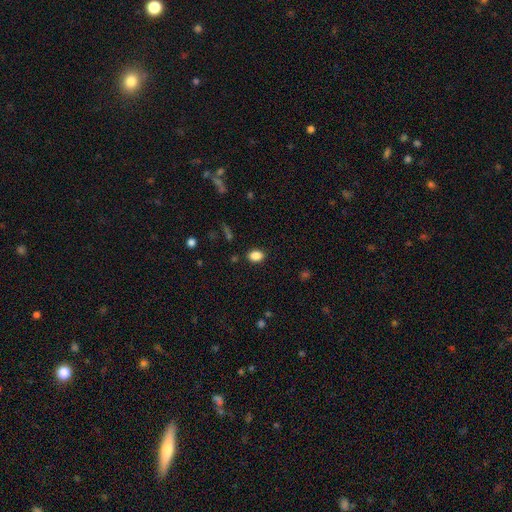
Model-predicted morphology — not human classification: Smooth or featured?
  - smooth: 86% *
  - star or artifact: 9%
  - featured or disk: 4%
How rounded?
  - in between: 74% *
  - round: 25%
  - cigar-shaped: 1%
Merging?
  - none: 87% *
  - minor disturbance: 9%
  - major disturbance: 3%
  - merger: 2%